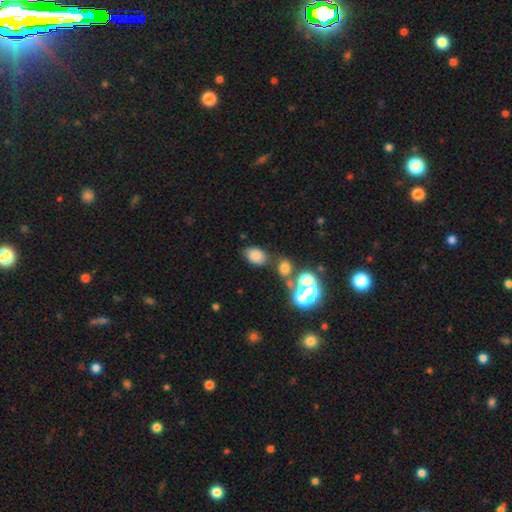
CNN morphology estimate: Smooth or featured?
  - smooth: 75% *
  - star or artifact: 16%
  - featured or disk: 9%
How rounded?
  - in between: 78% *
  - round: 20%
  - cigar-shaped: 1%
Merging?
  - none: 68% *
  - minor disturbance: 14%
  - merger: 12%
  - major disturbance: 5%